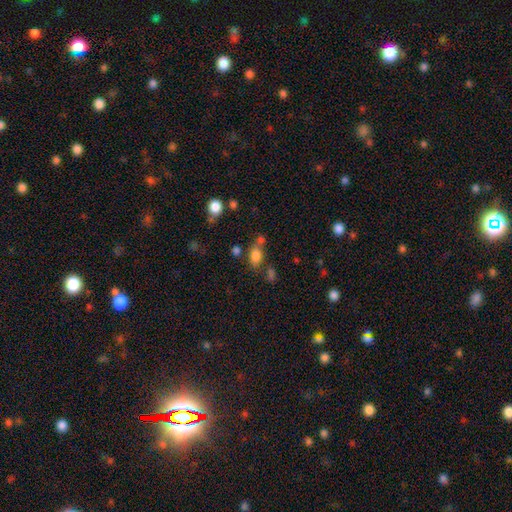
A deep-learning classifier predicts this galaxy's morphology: Smooth or featured?
  - smooth: 79% *
  - star or artifact: 12%
  - featured or disk: 9%
How rounded?
  - in between: 79% *
  - round: 19%
  - cigar-shaped: 3%
Merging?
  - none: 56% *
  - merger: 21%
  - minor disturbance: 16%
  - major disturbance: 6%